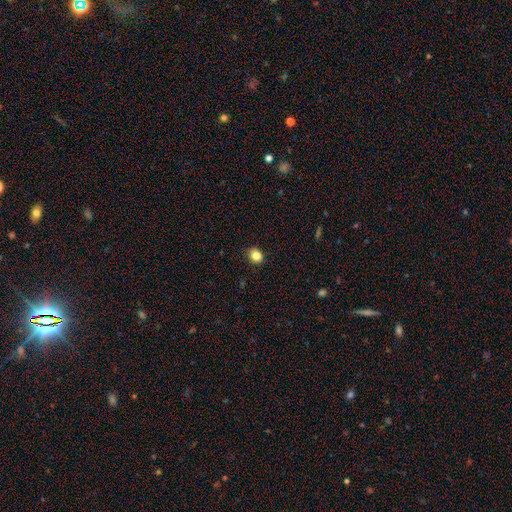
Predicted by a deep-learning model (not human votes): A smooth galaxy with no disk features (83%) that is round (68%).

Vote fractions:
- Smooth or featured? smooth: 83% / star or artifact: 11% / featured or disk: 5%
- How rounded? round: 68% / in between: 31% / cigar-shaped: 1%
- Merging? none: 87% / minor disturbance: 10% / major disturbance: 2% / merger: 1%